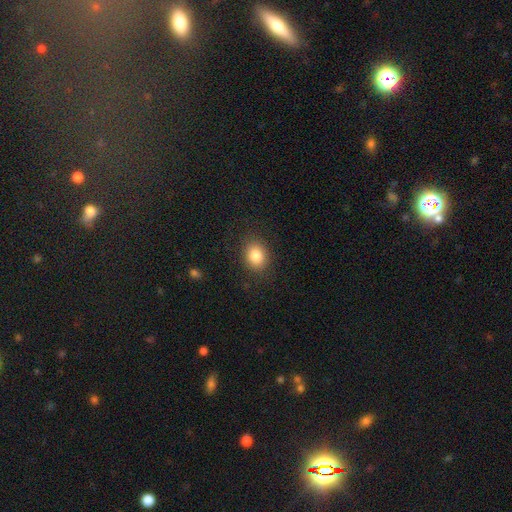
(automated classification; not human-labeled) Q: Smooth or featured?
A: smooth (84%); runner-up: star or artifact (9%)
Q: How rounded?
A: in between (55%); runner-up: round (44%)
Q: Merging?
A: none (86%); runner-up: minor disturbance (9%)